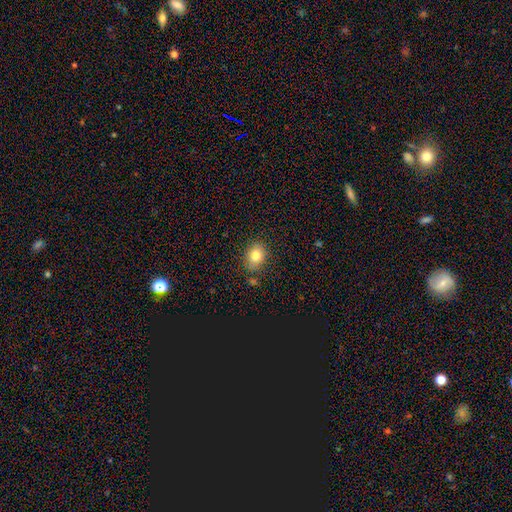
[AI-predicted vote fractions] A smooth galaxy with no disk features (82%) that is round (50%).

Vote fractions:
- Smooth or featured? smooth: 82% / star or artifact: 10% / featured or disk: 8%
- How rounded? round: 50% / in between: 49% / cigar-shaped: 1%
- Merging? none: 81% / minor disturbance: 13% / merger: 3% / major disturbance: 3%